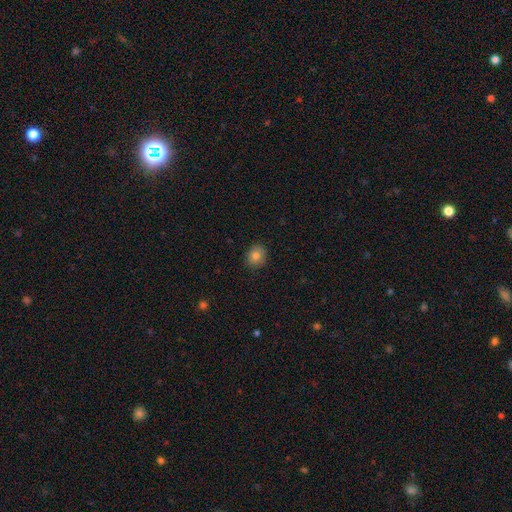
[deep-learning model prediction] Morphology: type=smooth (81%); roundness=round (76%); merging=none (87%).